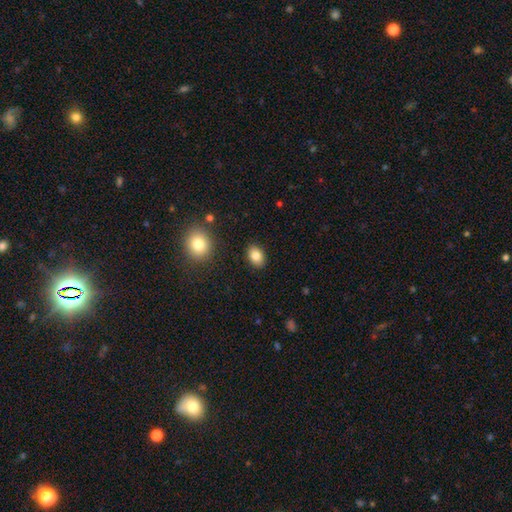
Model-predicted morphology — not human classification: This is clearly a smooth galaxy (84%). How rounded: likely in between (77%). Merging: clearly none (89%).